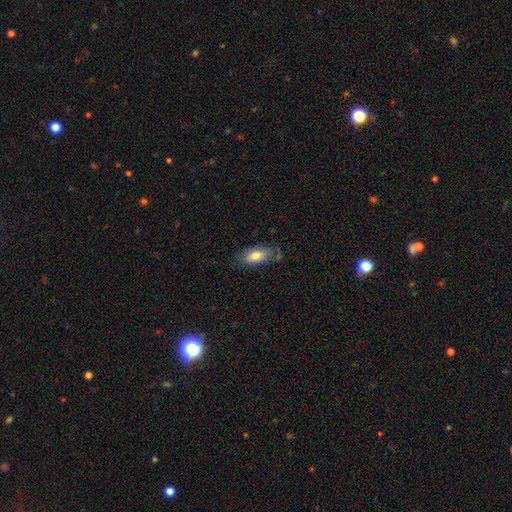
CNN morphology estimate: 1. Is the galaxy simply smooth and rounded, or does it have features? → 80% smooth, 14% featured or disk, 7% star or artifact.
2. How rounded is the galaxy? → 86% in between, 11% cigar-shaped, 3% round.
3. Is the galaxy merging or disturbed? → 70% none, 21% minor disturbance, 5% major disturbance, 4% merger.